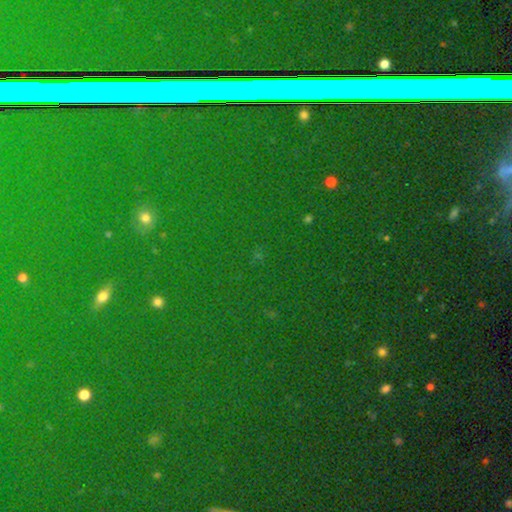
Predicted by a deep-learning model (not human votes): A star or artifact, not a galaxy (83%).

Vote fractions:
- Smooth or featured? star or artifact: 83% / smooth: 9% / featured or disk: 7%